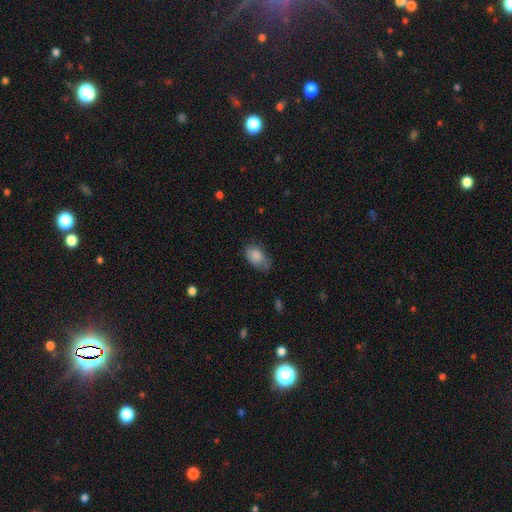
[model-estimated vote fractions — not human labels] smooth 83%, featured or disk 9%, star or artifact 7%. Down the decision tree: how rounded — in between (88%); merging — none (52%).